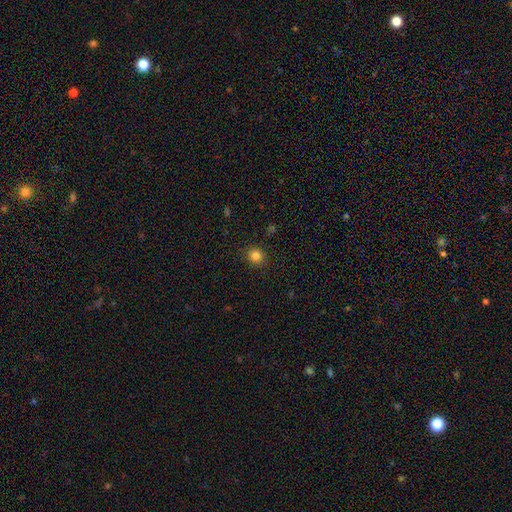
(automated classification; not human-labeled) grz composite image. It shows a smooth galaxy with no disk features (83%) that is round (85%). Merging: none (90%).